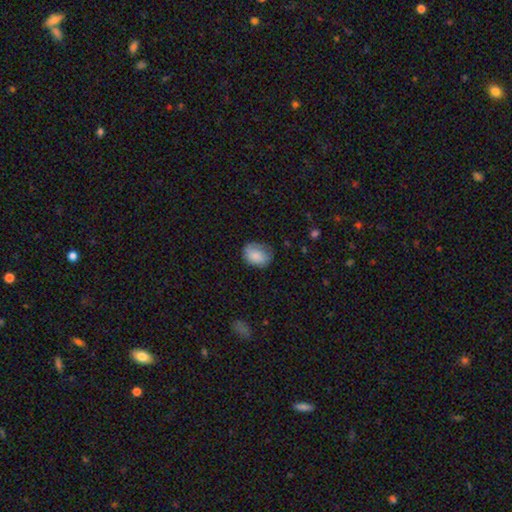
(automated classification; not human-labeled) A smooth galaxy with no disk features (83%) that is in between round and cigar-shaped (70%).

Vote fractions:
- Smooth or featured? smooth: 83% / featured or disk: 10% / star or artifact: 7%
- How rounded? in between: 70% / round: 29% / cigar-shaped: 1%
- Merging? none: 64% / minor disturbance: 27% / major disturbance: 8% / merger: 1%